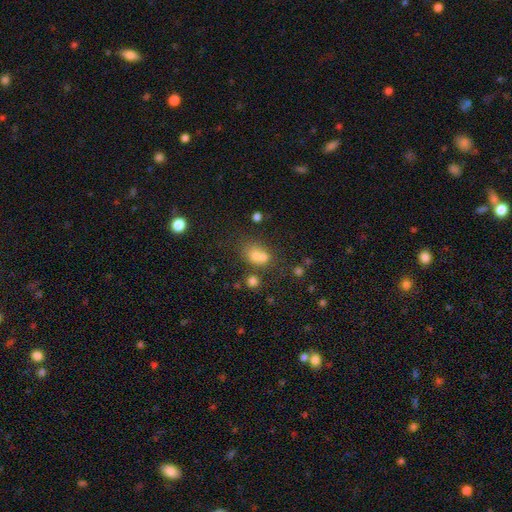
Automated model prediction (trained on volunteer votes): This is likely a smooth galaxy (69%). How rounded: possibly in between (55%). Merging: marginally merger (44%).